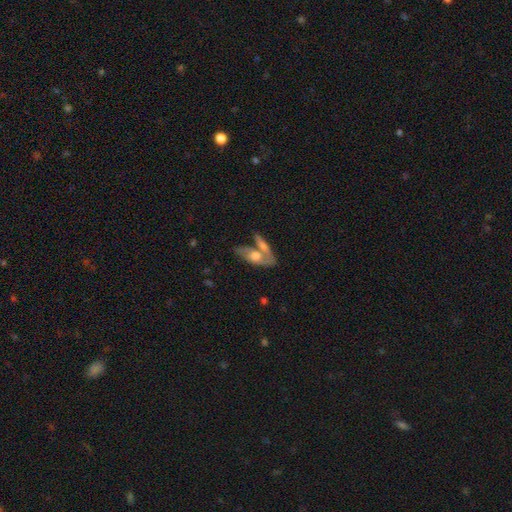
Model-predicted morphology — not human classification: A smooth galaxy with no disk features (52%) that is in between round and cigar-shaped (70%).

Vote fractions:
- Smooth or featured? smooth: 52% / featured or disk: 42% / star or artifact: 6%
- How rounded? in between: 70% / cigar-shaped: 25% / round: 5%
- Merging? merger: 45% / none: 37% / minor disturbance: 12% / major disturbance: 5%